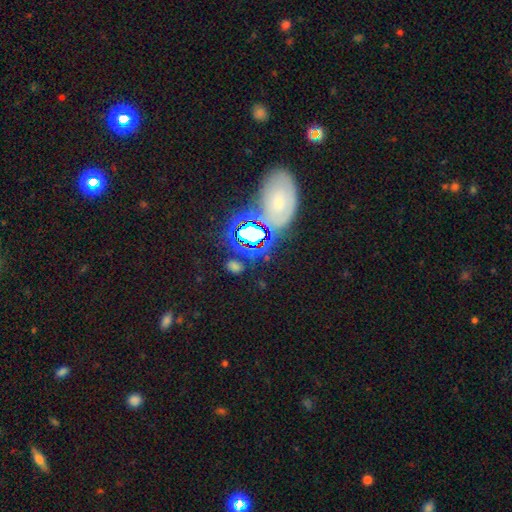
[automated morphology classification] The model was most divided on "smooth or featured": star or artifact: 55%, smooth: 23%, featured or disk: 22%.